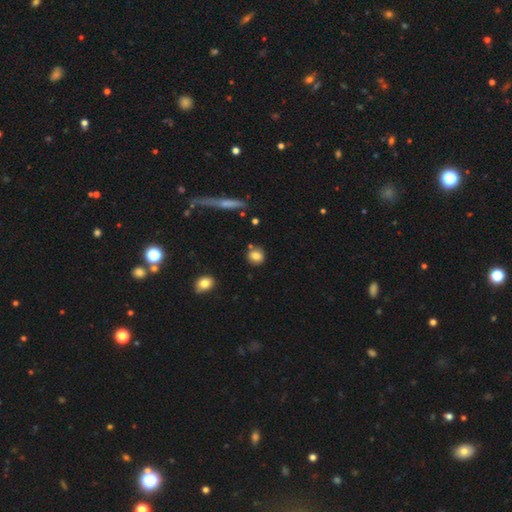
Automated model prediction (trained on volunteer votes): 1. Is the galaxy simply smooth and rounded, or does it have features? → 81% smooth, 9% star or artifact, 9% featured or disk.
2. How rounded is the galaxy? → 84% round, 14% in between, 2% cigar-shaped.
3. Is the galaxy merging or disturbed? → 82% none, 10% minor disturbance, 5% merger, 3% major disturbance.